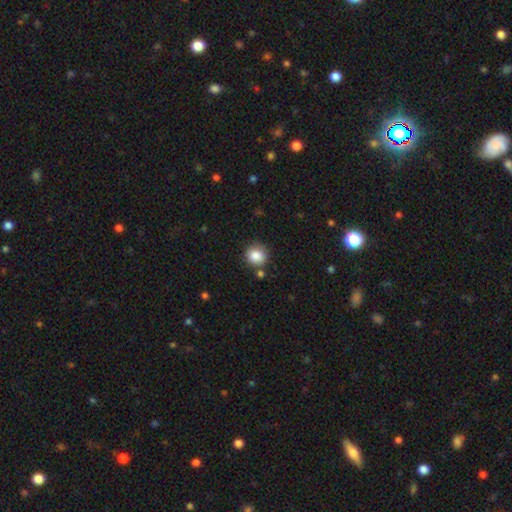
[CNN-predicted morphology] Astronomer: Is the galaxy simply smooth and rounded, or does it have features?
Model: smooth — 85%.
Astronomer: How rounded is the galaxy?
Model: round — 87%.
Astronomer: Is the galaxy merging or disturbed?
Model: none — 78%.